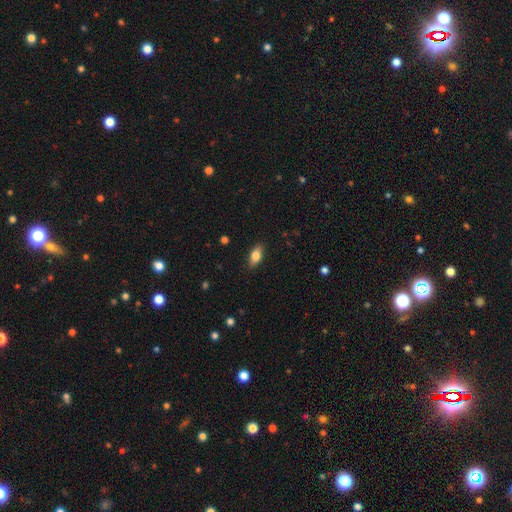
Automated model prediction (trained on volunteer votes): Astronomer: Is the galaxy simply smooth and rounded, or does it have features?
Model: smooth — 74%.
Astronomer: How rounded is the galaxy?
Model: in between — 84%.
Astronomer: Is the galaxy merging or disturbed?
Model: none — 86%.